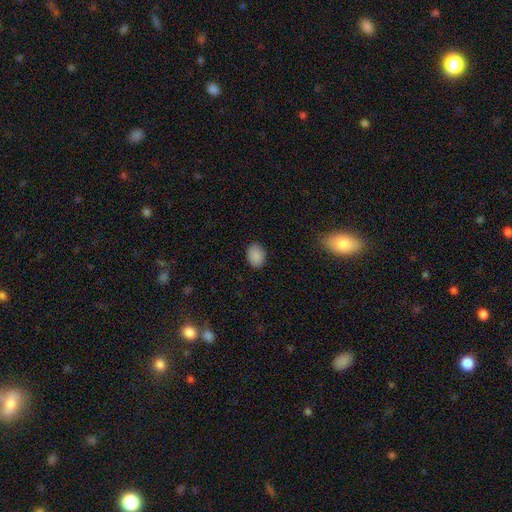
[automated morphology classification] This is clearly a smooth galaxy (88%). How rounded: likely in between (65%). Merging: clearly none (87%).